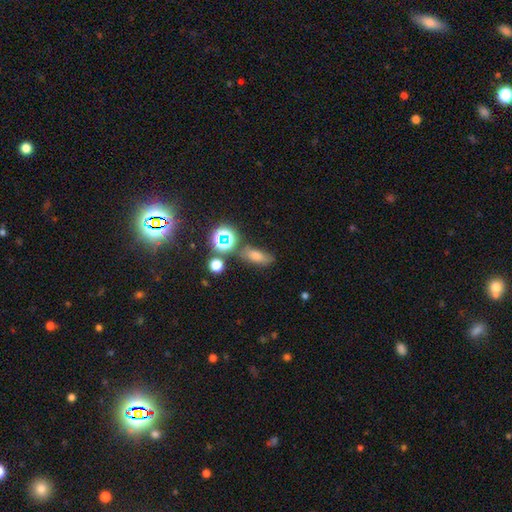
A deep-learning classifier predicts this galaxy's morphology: Smooth or featured? smooth (66%)
How rounded? in between (70%)
Merging? none (65%)